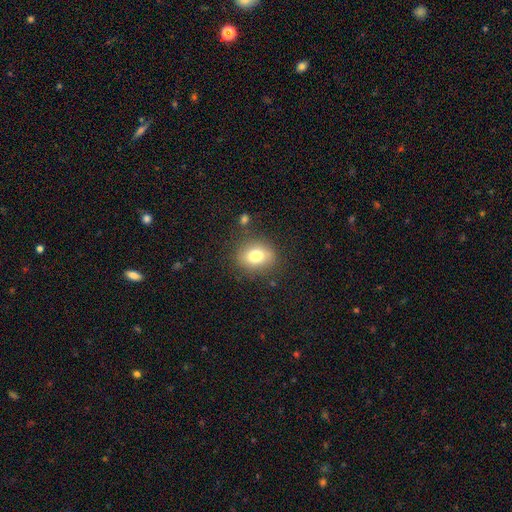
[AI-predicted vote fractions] Smooth or featured: smooth — 76% (featured or disk — 14%)
How rounded: round — 50% (in between — 48%)
Merging: none — 80% (minor disturbance — 13%)